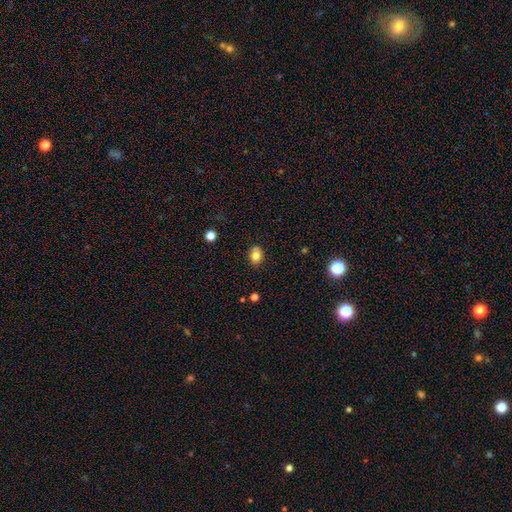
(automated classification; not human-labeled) smooth-or-featured: smooth: 80% | star or artifact: 11% | featured or disk: 9%
  how-rounded: in between: 59% | round: 40% | cigar-shaped: 1%
  merging: none: 83% | minor disturbance: 13% | major disturbance: 2% | merger: 2%